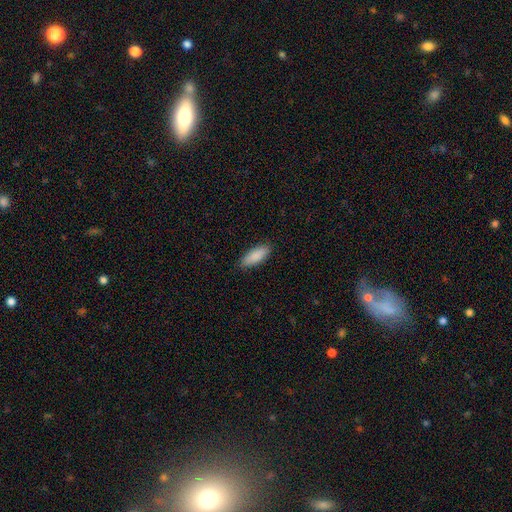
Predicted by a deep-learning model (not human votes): Smooth or featured? smooth (89%)
How rounded? in between (68%)
Merging? none (88%)